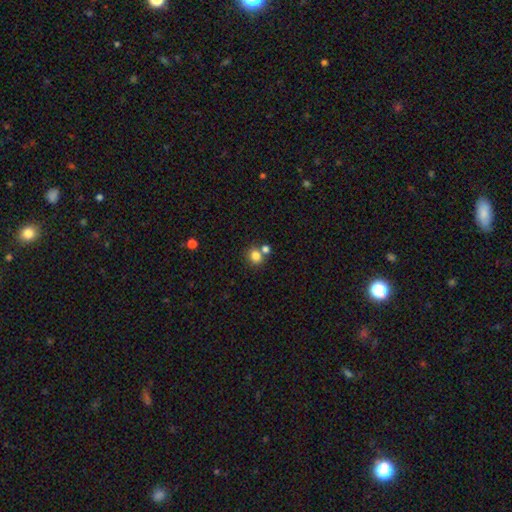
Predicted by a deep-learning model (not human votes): Q: Smooth or featured?
A: smooth (81%); runner-up: star or artifact (11%)
Q: How rounded?
A: round (75%); runner-up: in between (24%)
Q: Merging?
A: none (59%); runner-up: merger (29%)